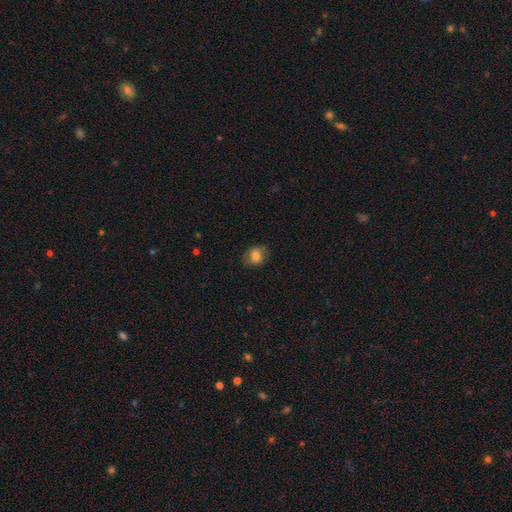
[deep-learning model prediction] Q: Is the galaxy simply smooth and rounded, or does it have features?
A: smooth — 78%.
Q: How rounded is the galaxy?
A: in between — 55%.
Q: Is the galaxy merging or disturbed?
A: none — 79%.